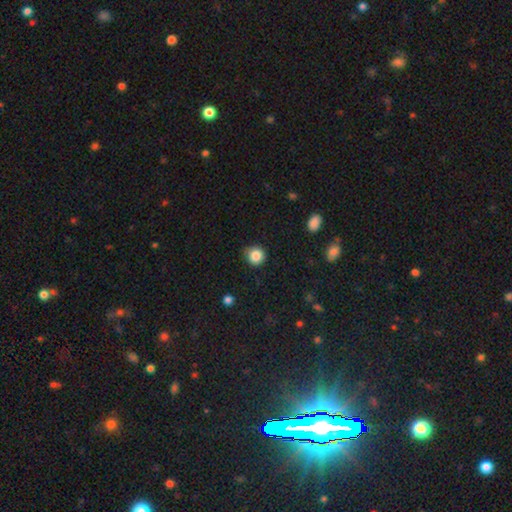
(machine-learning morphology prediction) This appears to be a smooth galaxy with no disk features (85%) that is round (92%). Merging: none (83%).